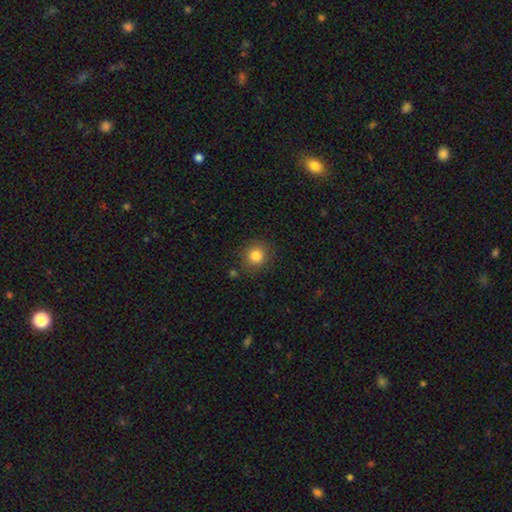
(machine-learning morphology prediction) The model was most divided on "smooth or featured": smooth: 83%, star or artifact: 11%, featured or disk: 6%. More confident: how rounded — round (89%); merging — none (85%).